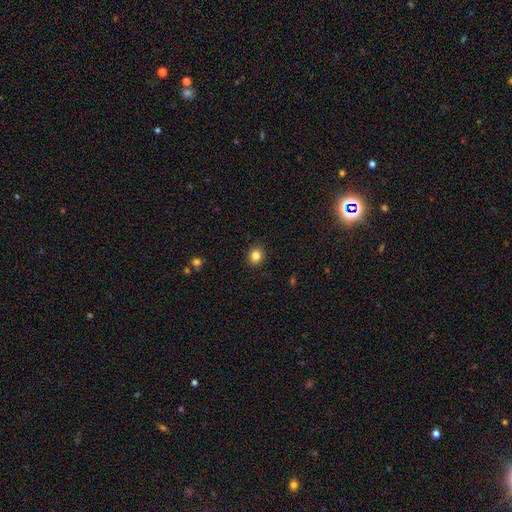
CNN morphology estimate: Smooth or featured: smooth — 83% (star or artifact — 11%)
How rounded: round — 80% (in between — 19%)
Merging: none — 90% (minor disturbance — 7%)